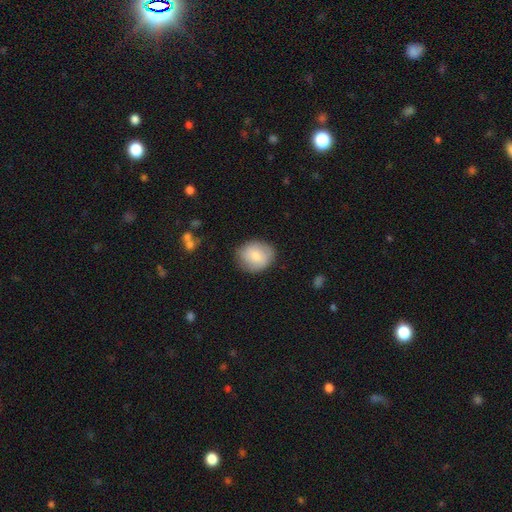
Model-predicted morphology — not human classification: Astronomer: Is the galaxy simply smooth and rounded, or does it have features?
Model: smooth — 77%.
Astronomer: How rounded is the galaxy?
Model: round — 64%.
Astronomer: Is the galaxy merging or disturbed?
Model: none — 82%.